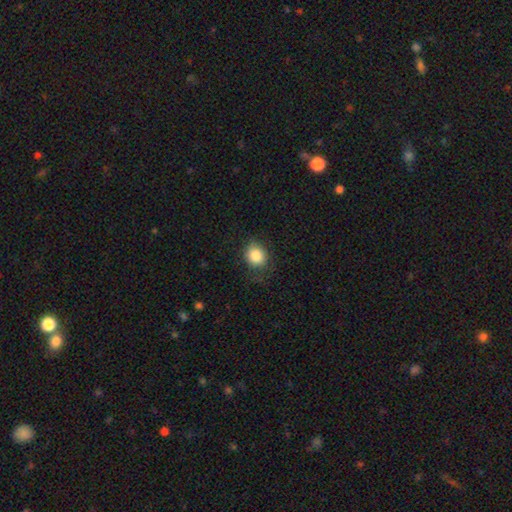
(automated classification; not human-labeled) smooth 85%, star or artifact 9%, featured or disk 5%. Down the decision tree: how rounded — round (73%); merging — none (77%).